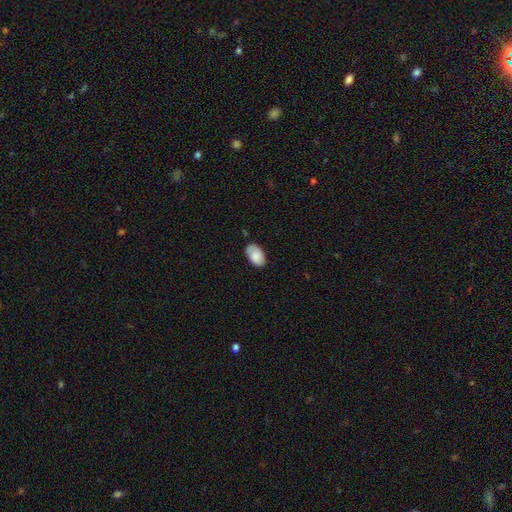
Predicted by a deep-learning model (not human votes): Smooth or featured: smooth — 86% (featured or disk — 8%)
How rounded: in between — 94% (round — 5%)
Merging: none — 76% (minor disturbance — 19%)